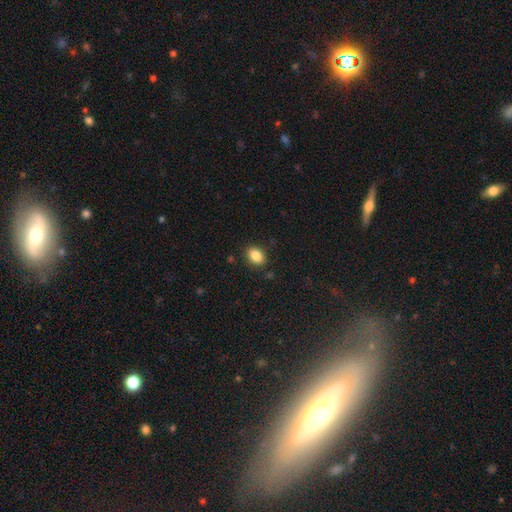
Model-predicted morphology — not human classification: This is clearly a smooth galaxy (86%). How rounded: likely in between (78%). Merging: clearly none (87%).